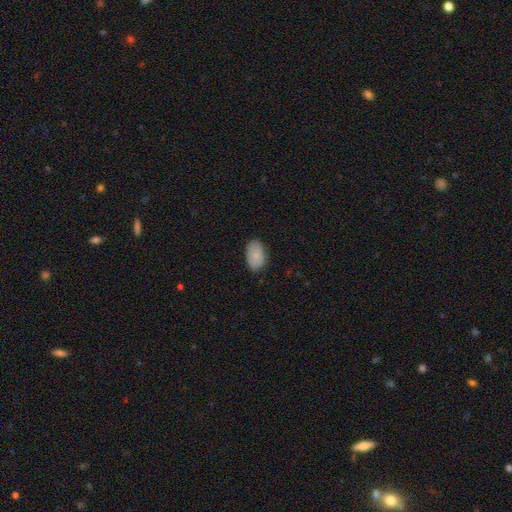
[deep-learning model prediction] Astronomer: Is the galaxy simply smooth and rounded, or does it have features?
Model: smooth — 81%.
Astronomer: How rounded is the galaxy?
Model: in between — 90%.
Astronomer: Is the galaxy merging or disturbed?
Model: none — 81%.